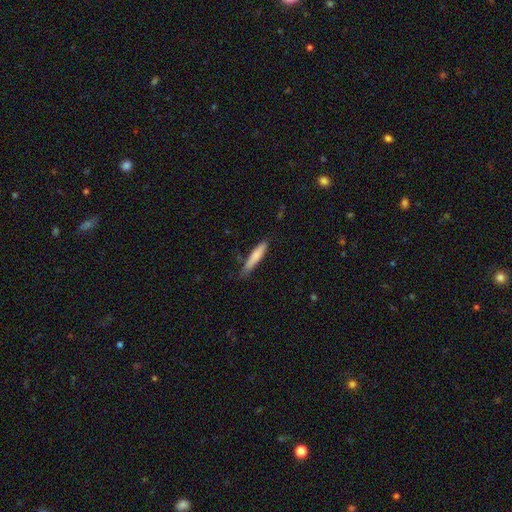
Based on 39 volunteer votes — Volunteers were most divided on "merging": none: 72%, minor disturbance: 22%, major disturbance: 6%, merger: 0%. More confident: how rounded — cigar-shaped (97%); smooth or featured — smooth (85%).